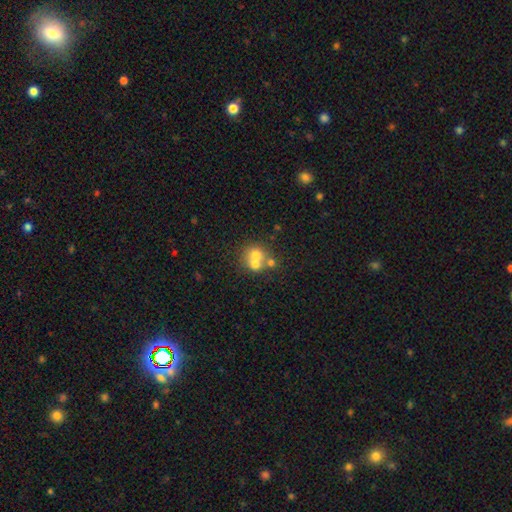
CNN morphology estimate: Smooth or featured? Predicted: smooth (p=0.63). How rounded? Predicted: round (p=0.81). Merging? Predicted: merger (p=0.56).